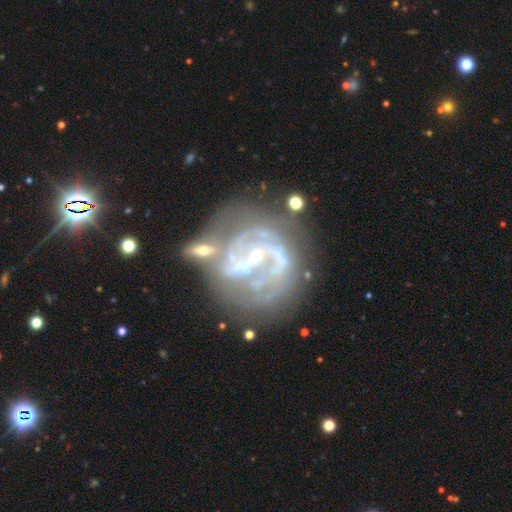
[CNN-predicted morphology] Q: Smooth or featured?
A: featured or disk (87%); runner-up: star or artifact (8%)
Q: Edge-on disk?
A: no (98%); runner-up: yes (2%)
Q: Bar?
A: weak (40%); runner-up: strong (30%)
Q: Spiral arms?
A: yes (91%); runner-up: no (9%)
Q: Spiral winding?
A: medium (43%); runner-up: tight (41%)
Q: Spiral arm count?
A: 2 (52%); runner-up: can't tell (21%)
Q: Bulge size?
A: small (76%); runner-up: moderate (16%)
Q: Merging?
A: none (44%); runner-up: merger (19%)